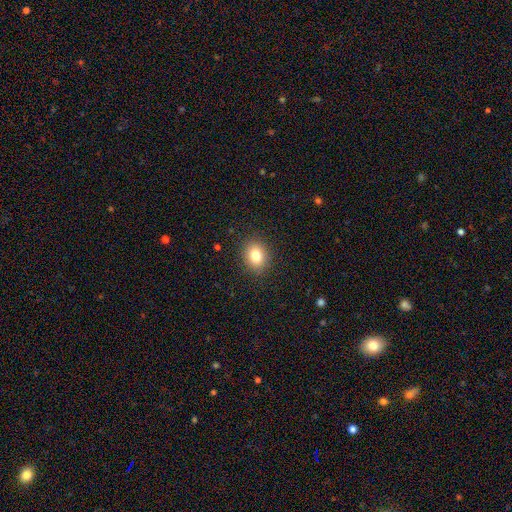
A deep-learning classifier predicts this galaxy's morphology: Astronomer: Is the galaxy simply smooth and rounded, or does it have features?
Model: smooth — 81%.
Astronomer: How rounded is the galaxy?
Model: in between — 50% (runner-up: round, 49%).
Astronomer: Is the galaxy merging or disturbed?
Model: none — 89%.